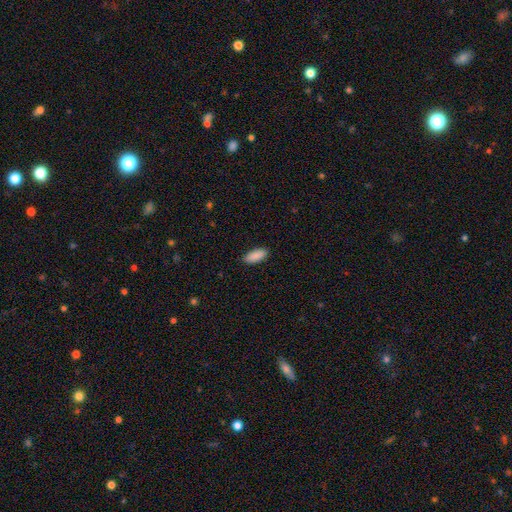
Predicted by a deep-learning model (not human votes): Q: Smooth or featured?
A: smooth (91%); runner-up: star or artifact (6%)
Q: How rounded?
A: in between (84%); runner-up: cigar-shaped (15%)
Q: Merging?
A: none (89%); runner-up: minor disturbance (9%)